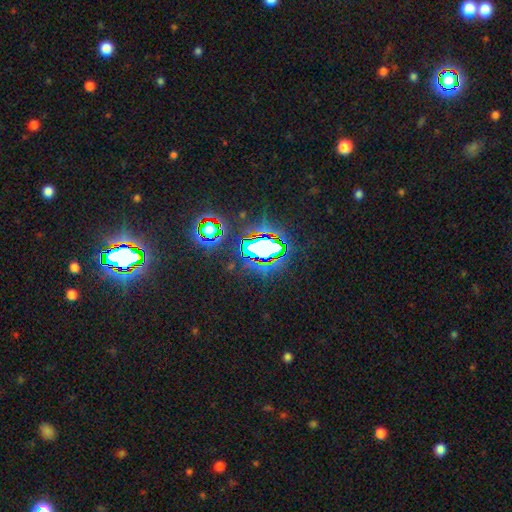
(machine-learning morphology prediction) Smooth or featured: star or artifact — 81% (smooth — 11%)